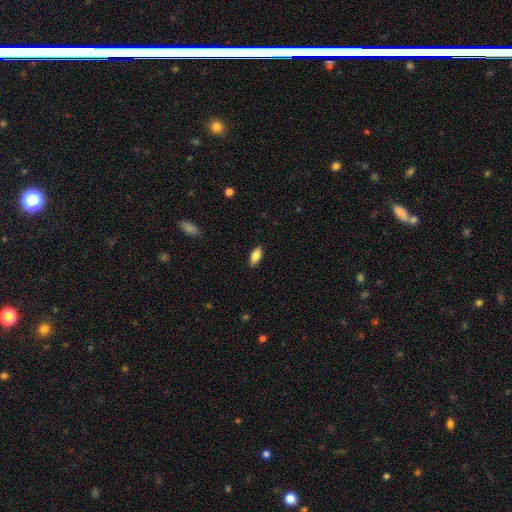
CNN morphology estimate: smooth_or_featured: smooth (p=0.81) [alt: featured or disk p=0.12]
how_rounded: in between (p=0.86) [alt: cigar-shaped p=0.11]
merging: none (p=0.88) [alt: minor disturbance p=0.09]